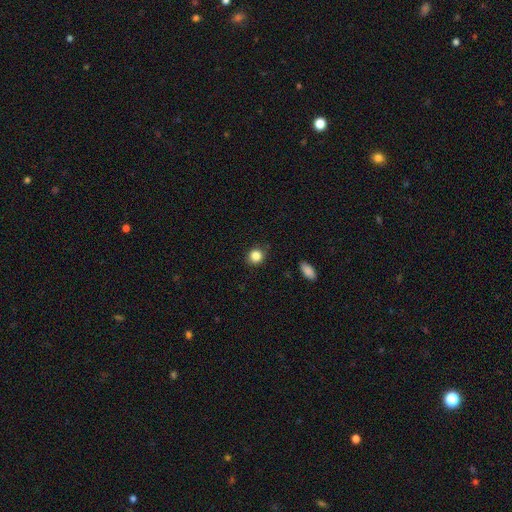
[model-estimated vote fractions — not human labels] The model was most divided on "how rounded": round: 82%, in between: 17%, cigar-shaped: 1%. More confident: smooth or featured — smooth (85%); merging — none (83%).